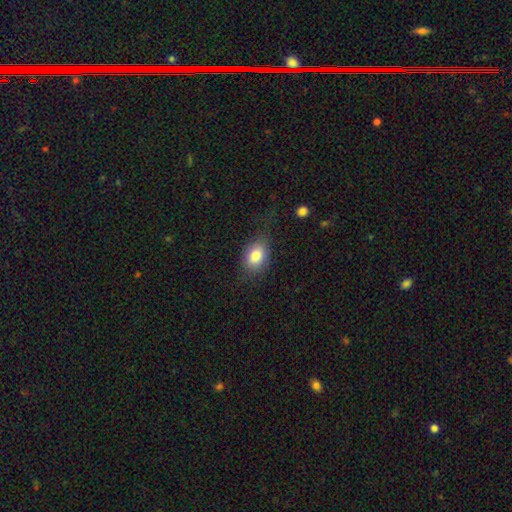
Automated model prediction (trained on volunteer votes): This appears to be a smooth galaxy with no disk features (82%) that is in between round and cigar-shaped (75%). Merging: none (67%).